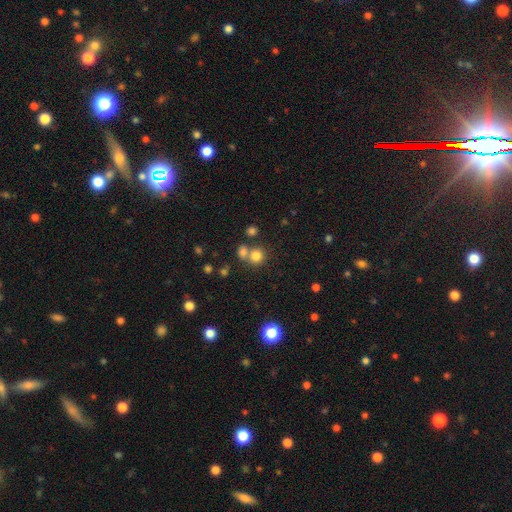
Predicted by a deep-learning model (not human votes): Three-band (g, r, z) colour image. It shows a smooth galaxy with no disk features (77%) that is round (86%). Merging: none (56%).